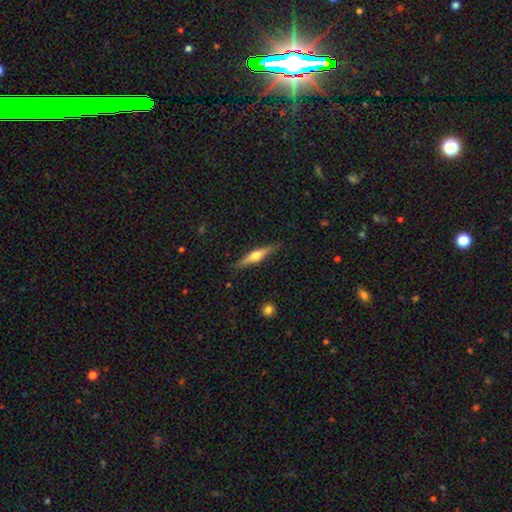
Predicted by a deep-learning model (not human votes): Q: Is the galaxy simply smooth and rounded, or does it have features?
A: featured or disk — 58%.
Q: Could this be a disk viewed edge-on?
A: yes — 96%.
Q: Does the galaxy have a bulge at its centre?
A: rounded — 91%.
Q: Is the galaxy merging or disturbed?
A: none — 86%.